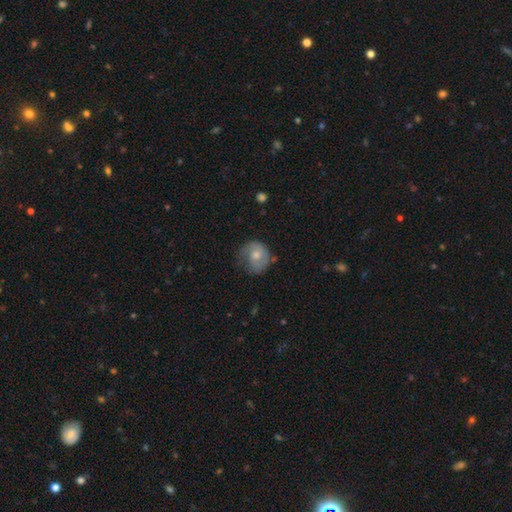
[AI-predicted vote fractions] Smooth or featured? featured or disk (49%)
Merging? none (61%)